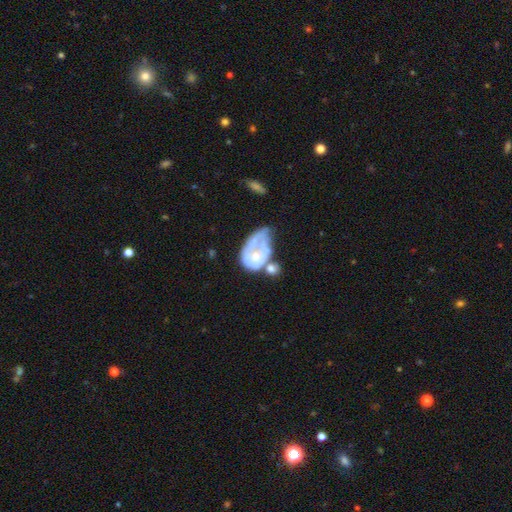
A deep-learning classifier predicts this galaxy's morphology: This is possibly a featured or disk galaxy (54%). It is clearly not viewed edge-on (97%). Bar: clearly no (85%). Spiral arm pattern: likely no (70%). Central bulge: possibly small (49%). Merging: marginally major disturbance (33%).